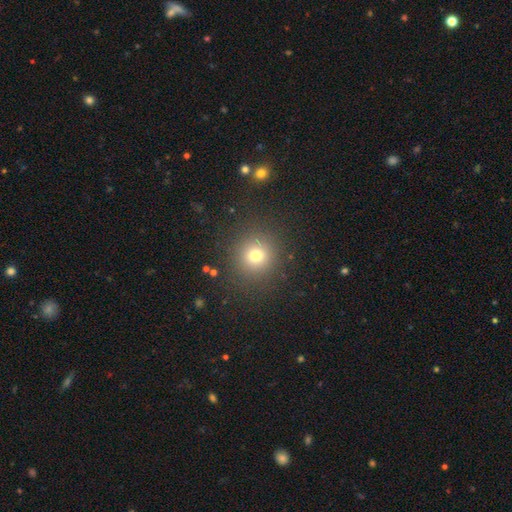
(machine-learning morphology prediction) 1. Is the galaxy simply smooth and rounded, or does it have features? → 73% smooth, 18% star or artifact, 9% featured or disk.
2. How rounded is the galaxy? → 91% round, 8% in between, 1% cigar-shaped.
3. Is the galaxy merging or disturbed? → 88% none, 7% minor disturbance, 4% major disturbance, 1% merger.